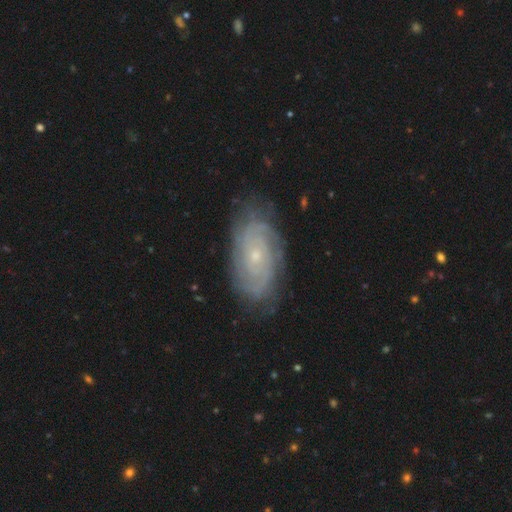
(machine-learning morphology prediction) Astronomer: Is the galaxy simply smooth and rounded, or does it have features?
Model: featured or disk — 79%.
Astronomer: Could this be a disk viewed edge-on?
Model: no — 95%.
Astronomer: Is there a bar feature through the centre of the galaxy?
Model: no — 78%.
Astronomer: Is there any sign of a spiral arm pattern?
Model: yes — 93%.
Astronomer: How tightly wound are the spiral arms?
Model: tight — 73%.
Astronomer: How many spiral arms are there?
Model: can't tell — 44% (runner-up: 2, 22%).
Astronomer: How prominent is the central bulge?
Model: small — 76%.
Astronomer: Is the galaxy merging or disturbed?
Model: none — 79%.